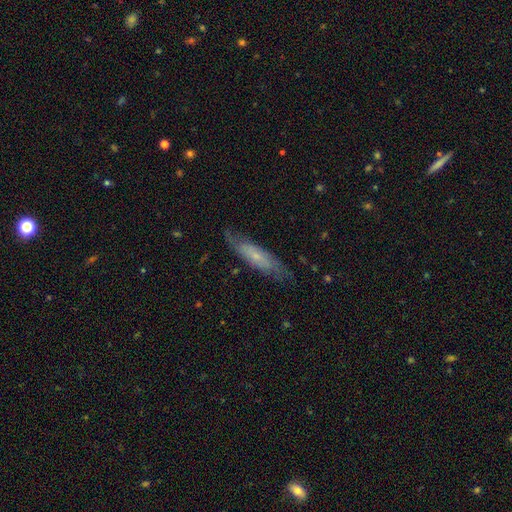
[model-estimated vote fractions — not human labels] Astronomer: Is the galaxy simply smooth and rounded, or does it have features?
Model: featured or disk — 54% (runner-up: smooth, 39%).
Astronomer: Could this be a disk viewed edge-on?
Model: no — 61% (runner-up: yes, 39%).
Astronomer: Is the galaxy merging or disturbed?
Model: none — 72%.